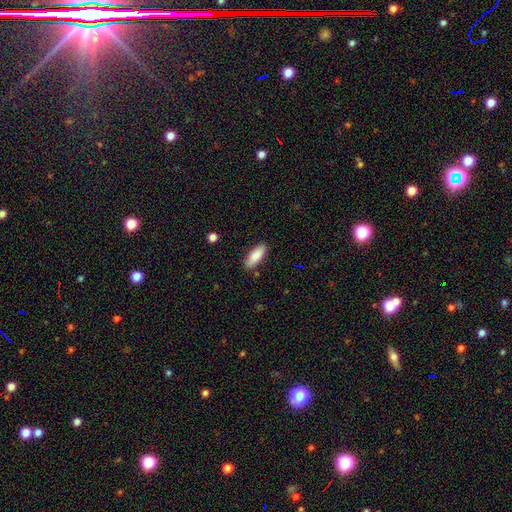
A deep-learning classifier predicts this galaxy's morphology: Smooth or featured? Predicted: smooth (p=0.84). How rounded? Predicted: in between (p=0.75). Merging? Predicted: none (p=0.81).